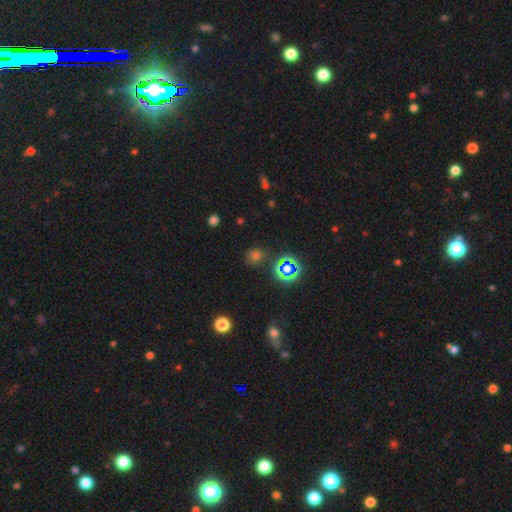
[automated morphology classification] smooth-or-featured: smooth: 56% | star or artifact: 38% | featured or disk: 6%
  how-rounded: round: 84% | in between: 15% | cigar-shaped: 1%
  merging: none: 82% | minor disturbance: 10% | merger: 4% | major disturbance: 4%